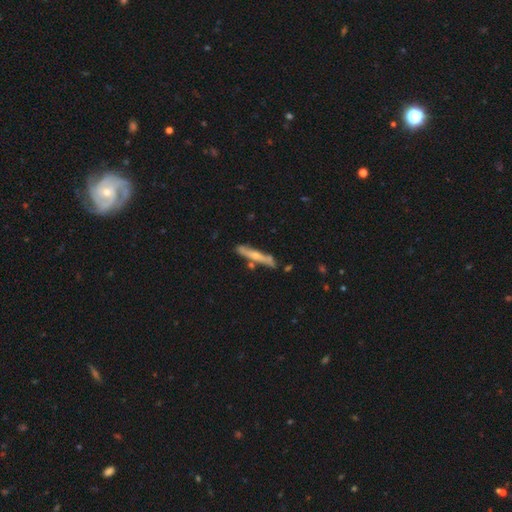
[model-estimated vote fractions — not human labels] Morphology: type=featured or disk (49%); merging=none (72%).